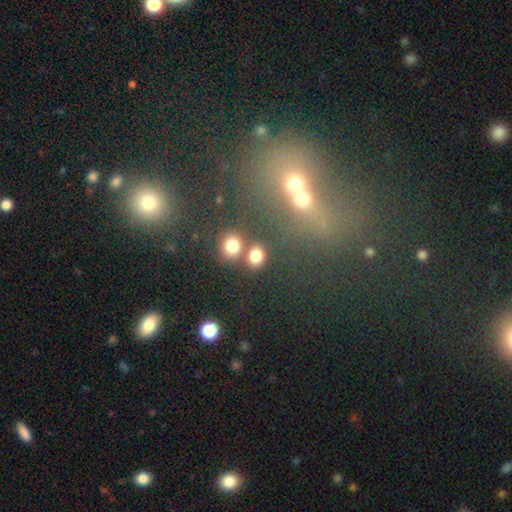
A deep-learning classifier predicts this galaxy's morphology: smooth_or_featured: smooth (p=0.79) [alt: star or artifact p=0.14]
how_rounded: round (p=0.54) [alt: in between p=0.45]
merging: none (p=0.64) [alt: merger p=0.23]